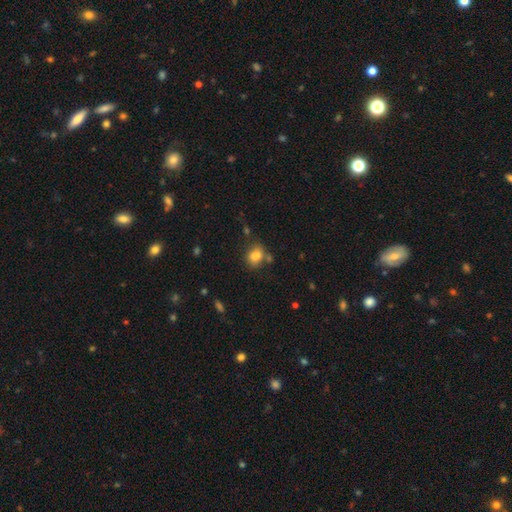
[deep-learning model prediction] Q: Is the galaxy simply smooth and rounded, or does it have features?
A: smooth — 82%.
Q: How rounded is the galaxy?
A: round — 57%.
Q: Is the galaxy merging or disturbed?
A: none — 68%.